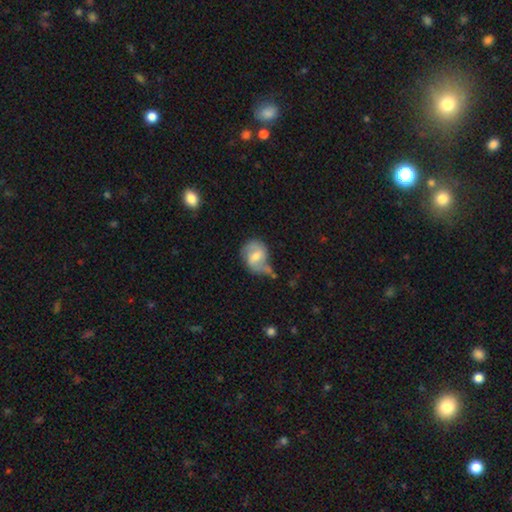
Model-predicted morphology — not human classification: featured or disk 51%, smooth 41%, star or artifact 8%. Down the decision tree: edge-on disk — no (96%); merging — none (46%).